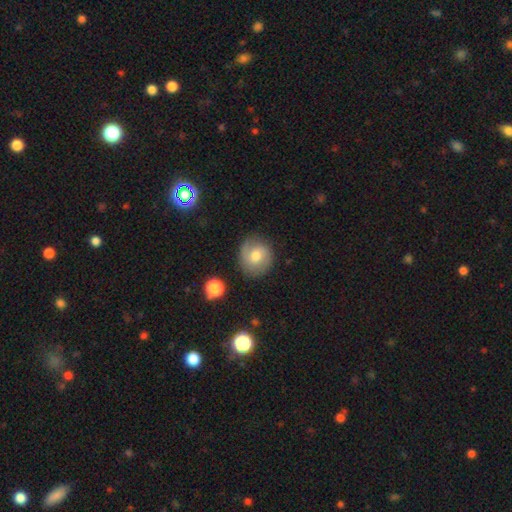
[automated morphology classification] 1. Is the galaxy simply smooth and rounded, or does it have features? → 50% smooth, 41% featured or disk, 10% star or artifact.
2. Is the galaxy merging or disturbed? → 80% none, 15% minor disturbance, 4% major disturbance, 2% merger.